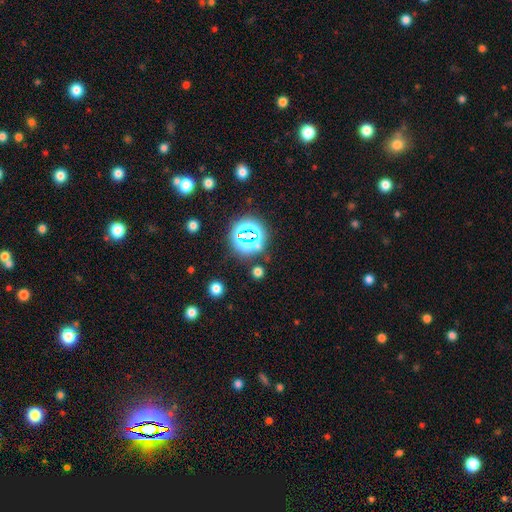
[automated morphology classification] A star or artifact, not a galaxy (78%).

Vote fractions:
- Smooth or featured? star or artifact: 78% / smooth: 15% / featured or disk: 7%